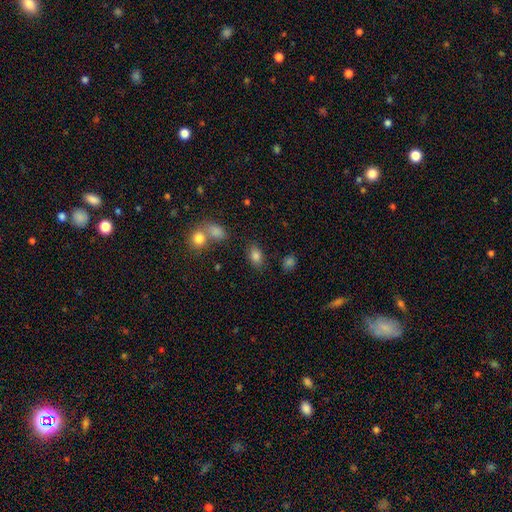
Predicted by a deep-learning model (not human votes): Morphology: type=smooth (83%); roundness=in between (85%); merging=none (77%).